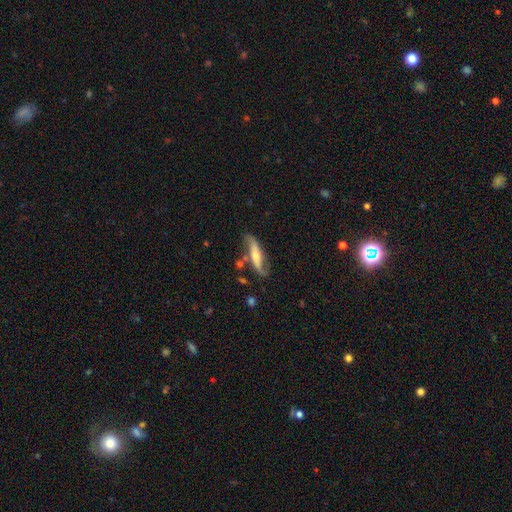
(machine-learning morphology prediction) featured or disk 70%, smooth 24%, star or artifact 6%. Down the decision tree: edge-on disk — no (72%); bar — no (46%); spiral arms — yes (91%); bulge size — moderate (52%); merging — none (64%).